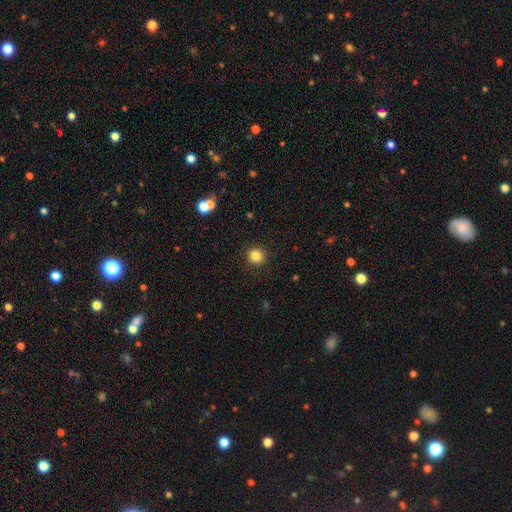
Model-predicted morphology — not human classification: Smooth or featured? Predicted: smooth (p=0.84). How rounded? Predicted: round (p=0.89). Merging? Predicted: none (p=0.90).